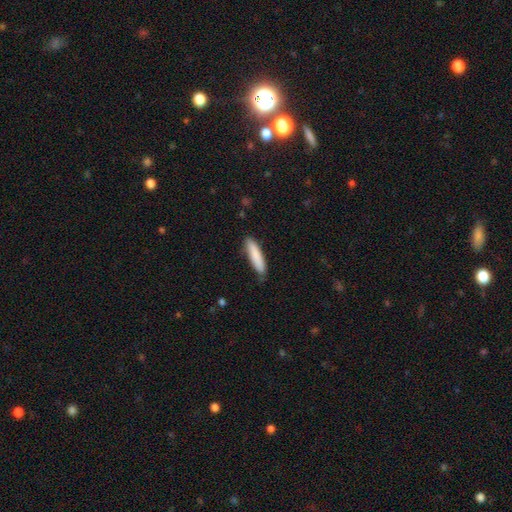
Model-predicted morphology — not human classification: type=smooth (85%); roundness=cigar-shaped (78%); merging=none (79%).